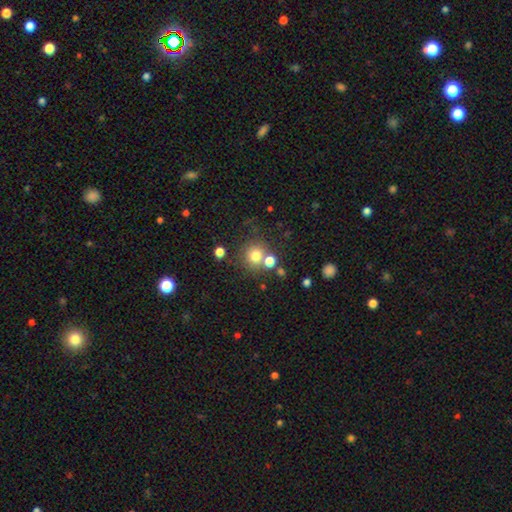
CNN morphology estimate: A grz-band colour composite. It shows a smooth galaxy with no disk features (76%) that is round (90%). Merging: none (65%).